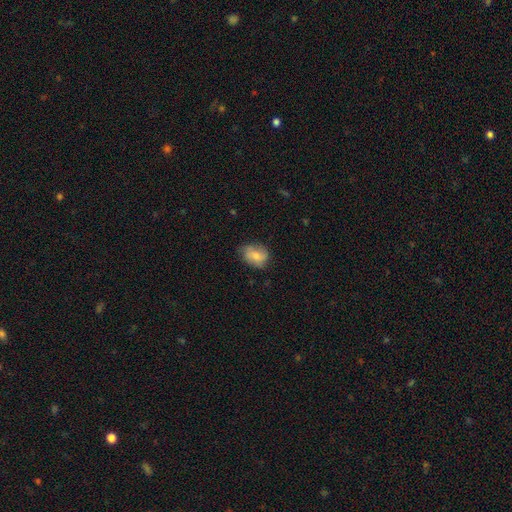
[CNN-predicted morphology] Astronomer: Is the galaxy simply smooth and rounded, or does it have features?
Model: smooth — 73%.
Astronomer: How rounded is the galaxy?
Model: in between — 66%.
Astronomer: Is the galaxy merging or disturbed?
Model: none — 62%.